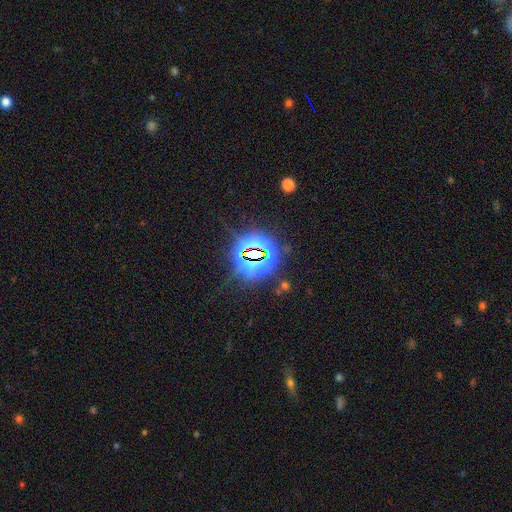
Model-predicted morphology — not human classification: Q: Smooth or featured?
A: star or artifact (82%); runner-up: smooth (10%)